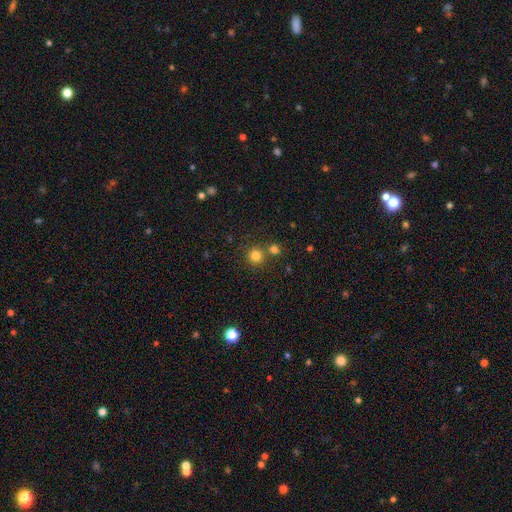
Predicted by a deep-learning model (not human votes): Overall: smooth (80%). How rounded: round (93%). Merging: none (72%).